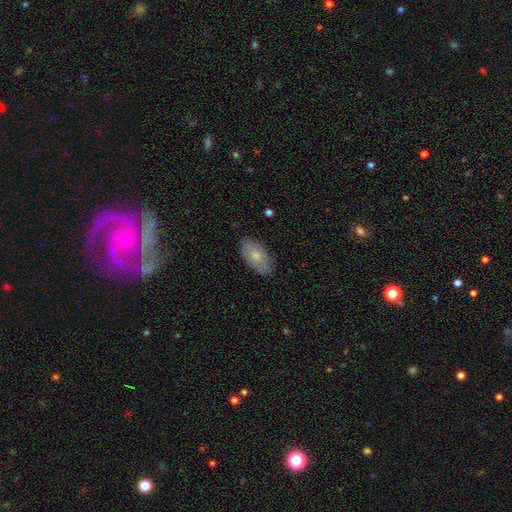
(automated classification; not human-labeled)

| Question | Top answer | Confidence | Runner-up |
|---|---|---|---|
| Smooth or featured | smooth | 78% | featured or disk (16%) |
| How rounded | in between | 94% | cigar-shaped (3%) |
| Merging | none | 82% | minor disturbance (14%) |